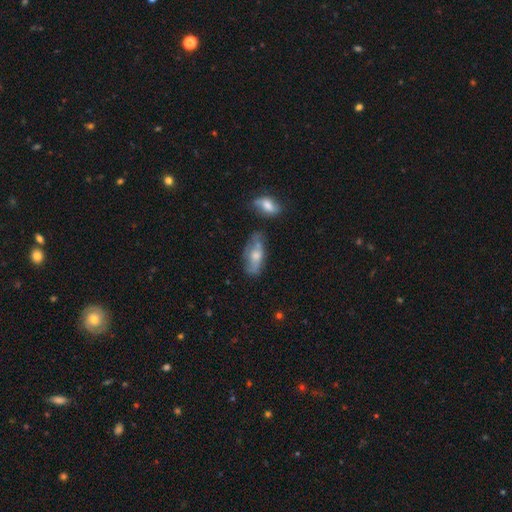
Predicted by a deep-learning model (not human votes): Q: Smooth or featured?
A: smooth (55%); runner-up: featured or disk (37%)
Q: How rounded?
A: in between (83%); runner-up: cigar-shaped (13%)
Q: Merging?
A: none (50%); runner-up: minor disturbance (27%)